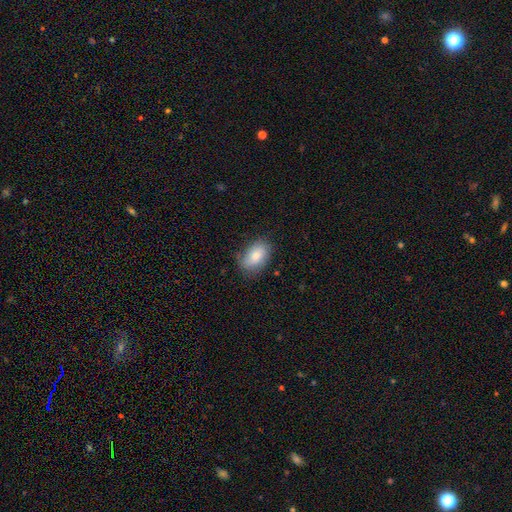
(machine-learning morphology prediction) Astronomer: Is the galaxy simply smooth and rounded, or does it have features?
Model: smooth — 79%.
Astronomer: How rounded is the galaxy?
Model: in between — 90%.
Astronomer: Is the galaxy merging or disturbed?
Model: none — 72%.